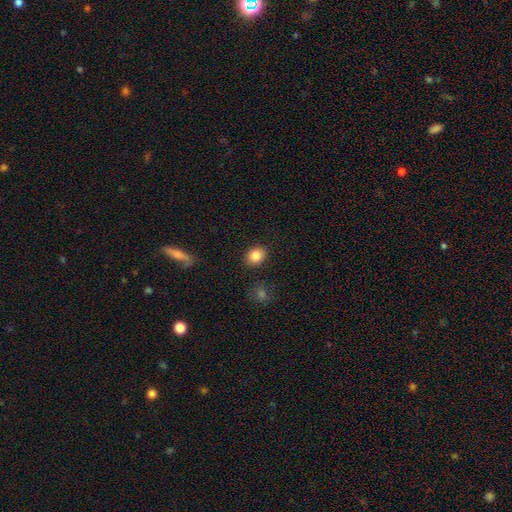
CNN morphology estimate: Smooth or featured: smooth — 86% (star or artifact — 9%)
How rounded: round — 54% (in between — 45%)
Merging: none — 87% (minor disturbance — 8%)